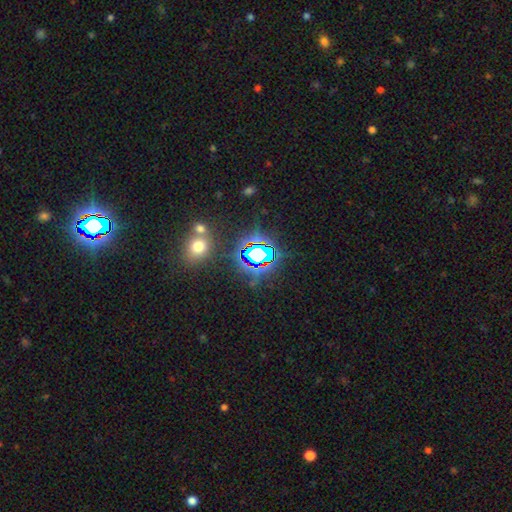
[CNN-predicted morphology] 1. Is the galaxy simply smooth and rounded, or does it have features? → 74% star or artifact, 15% smooth, 10% featured or disk.